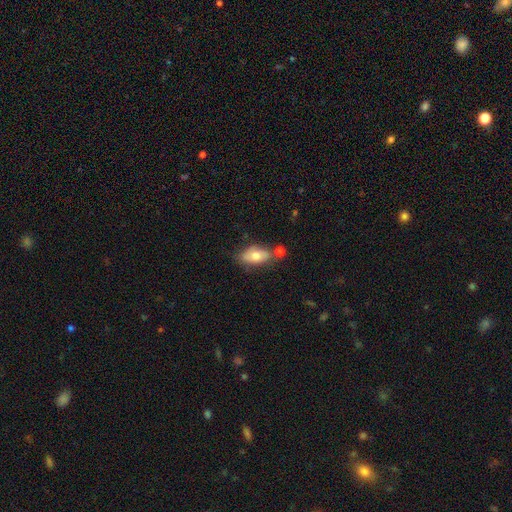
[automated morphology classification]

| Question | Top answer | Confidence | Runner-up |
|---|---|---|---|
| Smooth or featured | smooth | 72% | featured or disk (21%) |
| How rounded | in between | 86% | cigar-shaped (9%) |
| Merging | none | 59% | minor disturbance (19%) |